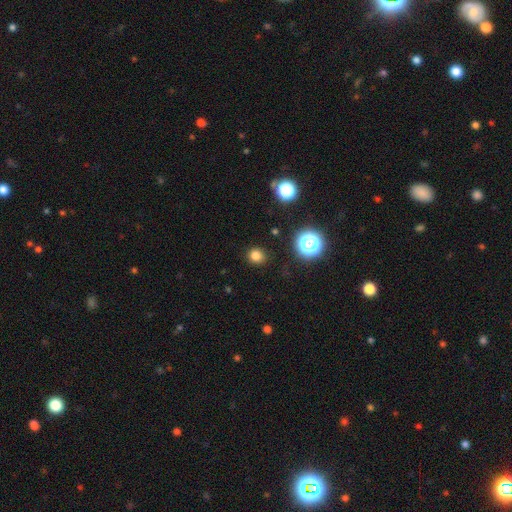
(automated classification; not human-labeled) smooth-or-featured: smooth: 79% | star or artifact: 16% | featured or disk: 5%
  how-rounded: round: 86% | in between: 13% | cigar-shaped: 1%
  merging: none: 90% | minor disturbance: 6% | major disturbance: 2% | merger: 1%